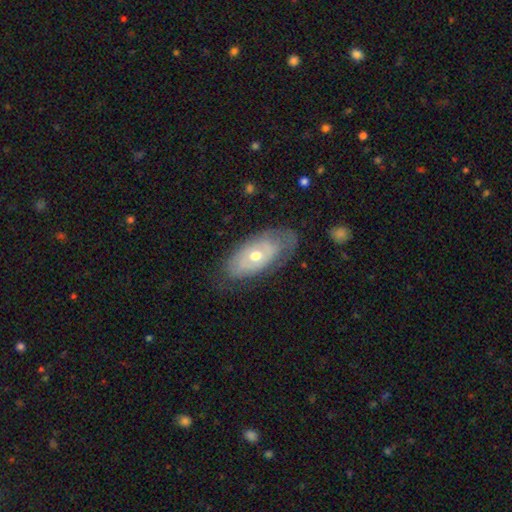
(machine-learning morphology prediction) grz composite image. It shows a featured or disk galaxy (62%) with no bar (87%), no spiral arms (57%) and a moderate central bulge (70%). Merging: none (65%).